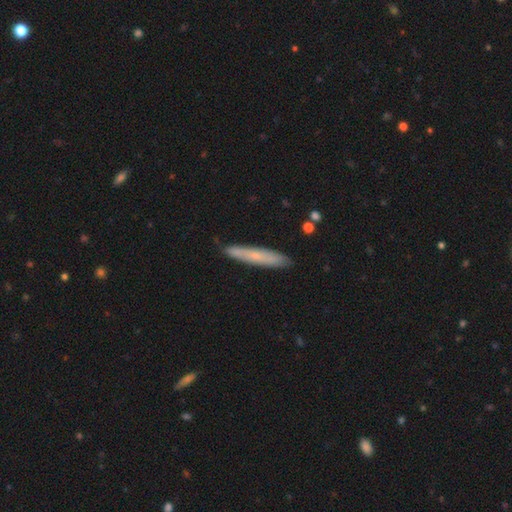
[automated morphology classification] This is possibly a smooth galaxy (58%). How rounded: clearly cigar-shaped (93%). Merging: clearly none (87%).